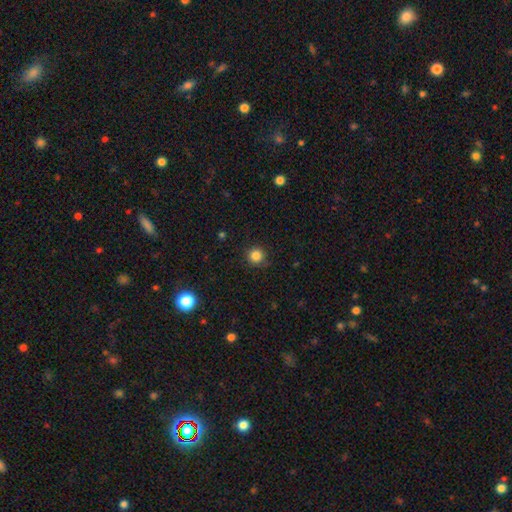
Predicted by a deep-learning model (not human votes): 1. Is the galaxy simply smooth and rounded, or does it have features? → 83% smooth, 12% star or artifact, 4% featured or disk.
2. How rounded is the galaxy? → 94% round, 5% in between, 1% cigar-shaped.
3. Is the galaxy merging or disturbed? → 88% none, 9% minor disturbance, 2% major disturbance, 1% merger.